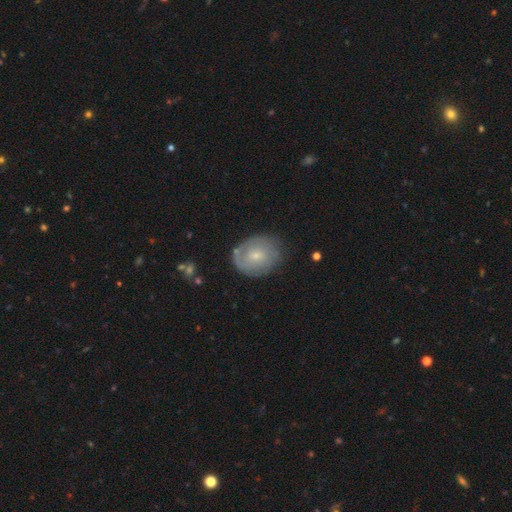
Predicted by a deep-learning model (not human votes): smooth-or-featured: featured or disk: 49% | smooth: 44% | star or artifact: 7%
  merging: none: 70% | minor disturbance: 21% | major disturbance: 7% | merger: 2%